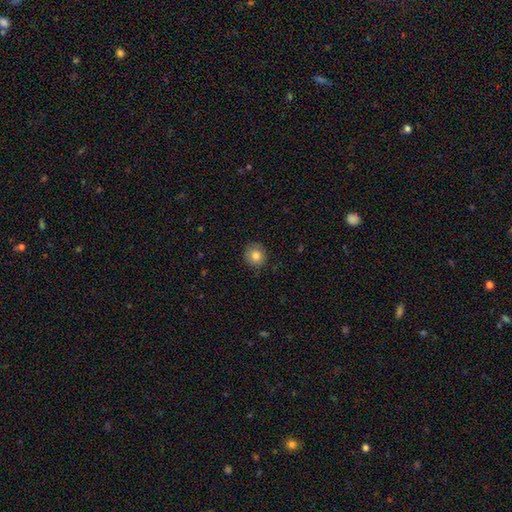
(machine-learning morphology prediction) The model was most divided on "smooth or featured": smooth: 82%, star or artifact: 10%, featured or disk: 8%. More confident: how rounded — round (90%); merging — none (89%).